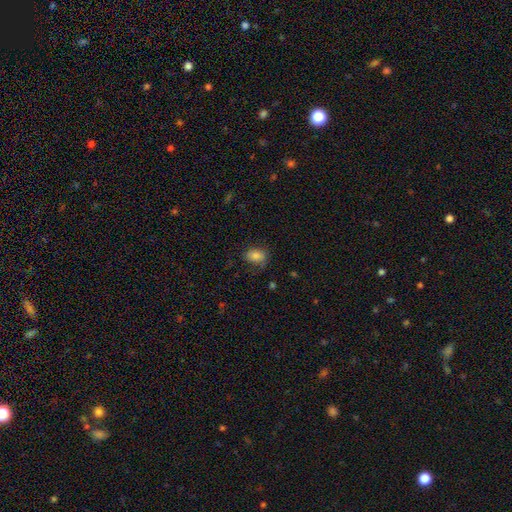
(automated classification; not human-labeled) smooth 82%, star or artifact 10%, featured or disk 9%. Down the decision tree: how rounded — in between (73%); merging — none (70%).